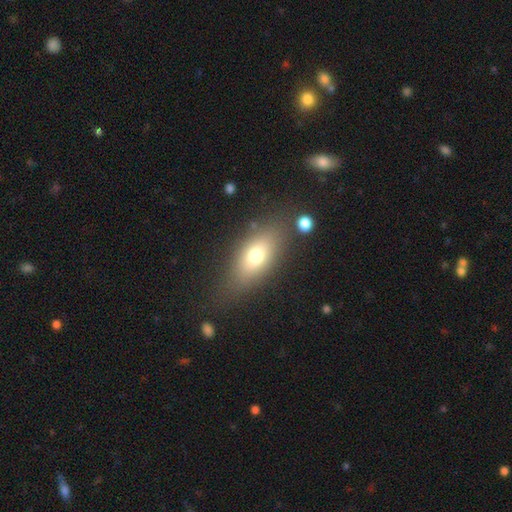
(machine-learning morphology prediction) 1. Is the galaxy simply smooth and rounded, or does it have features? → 71% smooth, 19% featured or disk, 10% star or artifact.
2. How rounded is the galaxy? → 80% in between, 12% cigar-shaped, 8% round.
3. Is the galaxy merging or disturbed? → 74% none, 16% minor disturbance, 7% major disturbance, 4% merger.